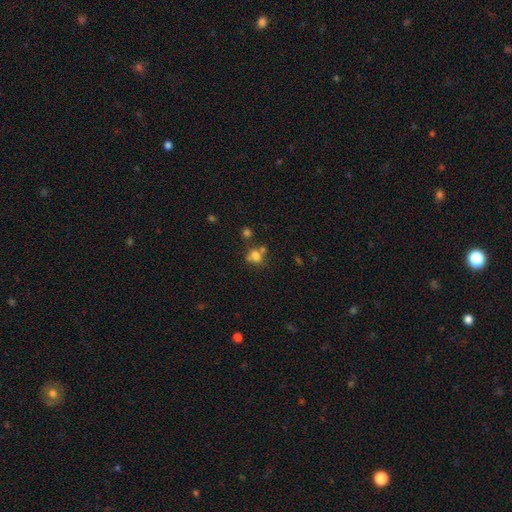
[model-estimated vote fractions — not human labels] smooth-or-featured: smooth: 68% | star or artifact: 16% | featured or disk: 15%
  how-rounded: round: 58% | in between: 40% | cigar-shaped: 1%
  merging: none: 44% | merger: 35% | minor disturbance: 14% | major disturbance: 7%